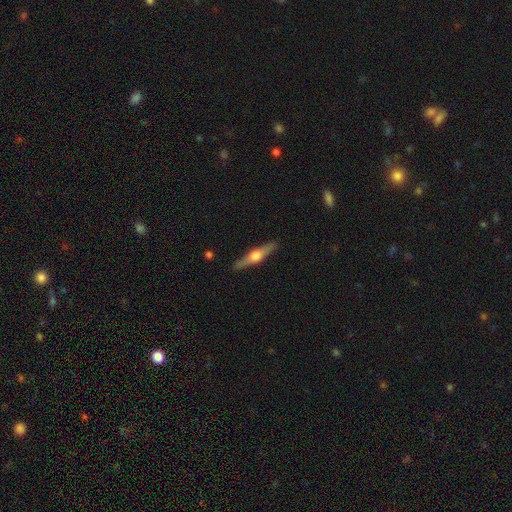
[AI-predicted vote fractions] Overall: featured or disk (73%). Edge-on disk: yes (97%). Edge-on bulge: rounded (94%). Merging: none (90%).